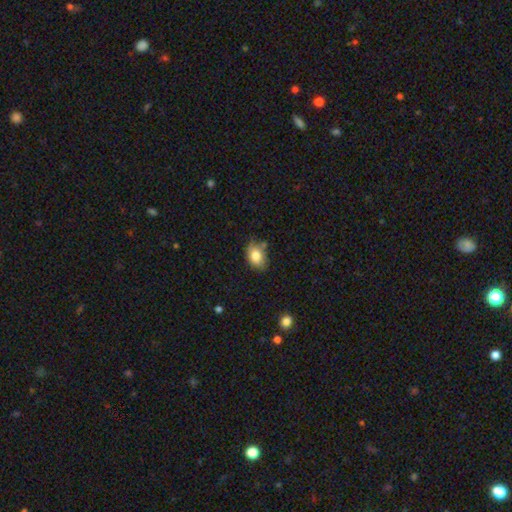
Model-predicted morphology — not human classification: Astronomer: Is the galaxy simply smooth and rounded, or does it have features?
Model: smooth — 82%.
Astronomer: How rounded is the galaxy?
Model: in between — 78%.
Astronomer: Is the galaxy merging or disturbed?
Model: none — 66%.